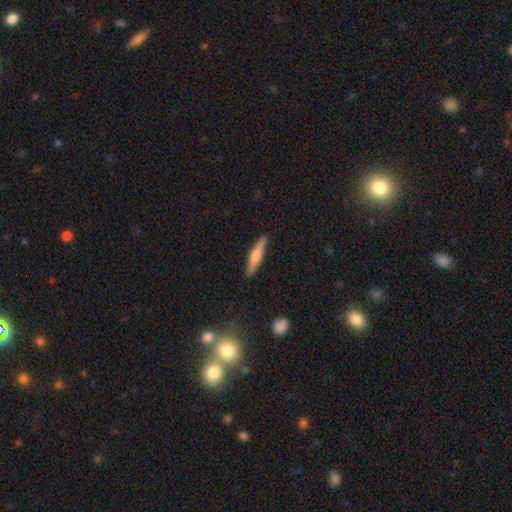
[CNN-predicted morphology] Smooth or featured: featured or disk — 48% (smooth — 46%)
Merging: none — 90% (minor disturbance — 7%)